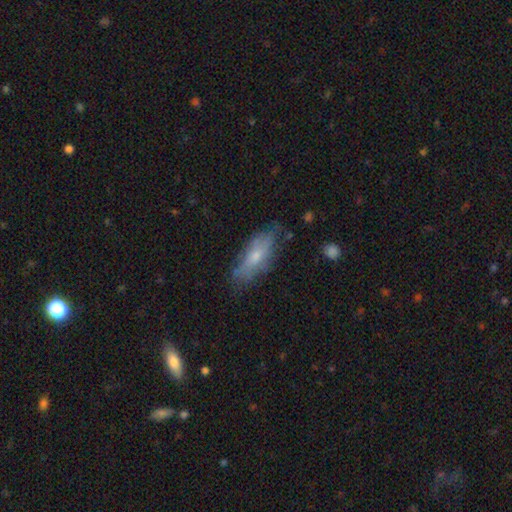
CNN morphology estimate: Overall: smooth (57%; featured or disk 37%). How rounded: in between (61%; cigar-shaped 37%). Merging: none (67%).